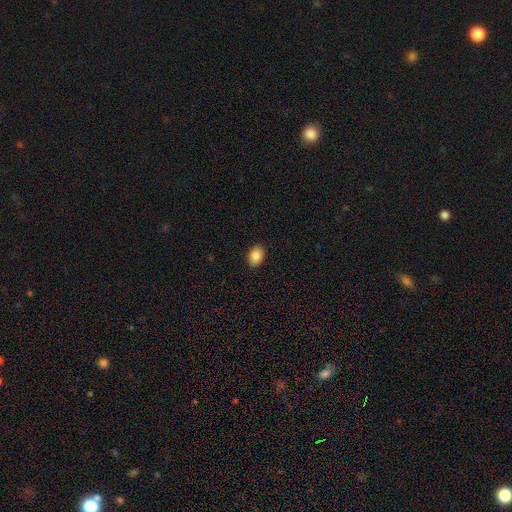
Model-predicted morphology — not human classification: A smooth galaxy with no disk features (88%) that is in between round and cigar-shaped (81%). Merging: none (89%).